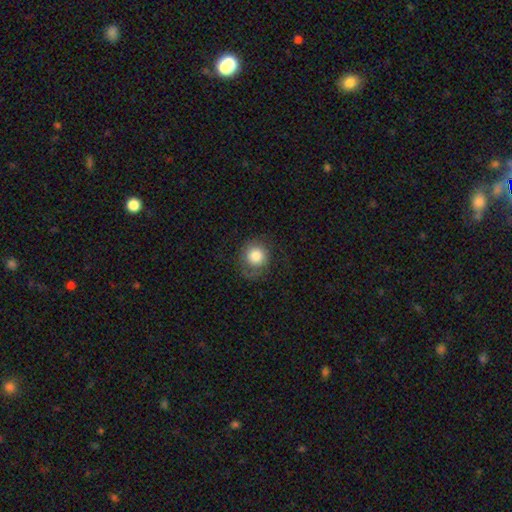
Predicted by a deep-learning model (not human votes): smooth 73%, featured or disk 19%, star or artifact 8%. Down the decision tree: how rounded — round (87%); merging — none (66%).